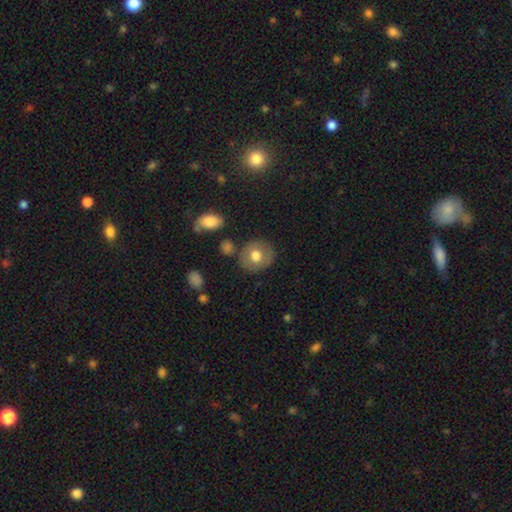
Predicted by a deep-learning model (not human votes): smooth-or-featured: smooth: 68% | featured or disk: 24% | star or artifact: 8%
  how-rounded: round: 79% | in between: 20% | cigar-shaped: 1%
  merging: none: 81% | minor disturbance: 11% | merger: 4% | major disturbance: 4%